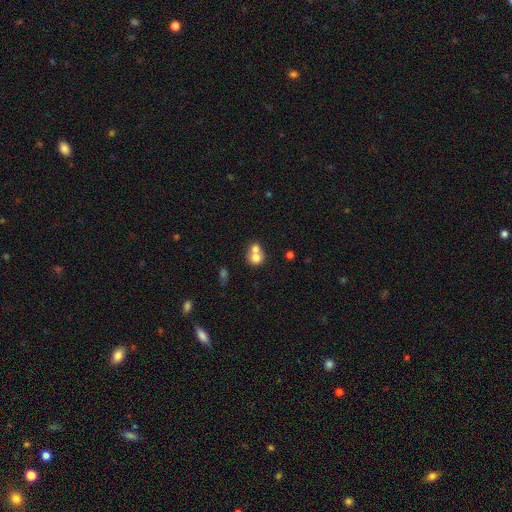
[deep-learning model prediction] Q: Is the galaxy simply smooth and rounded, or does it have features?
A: smooth — 71%.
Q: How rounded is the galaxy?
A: round — 73%.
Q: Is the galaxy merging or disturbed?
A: merger — 66%.